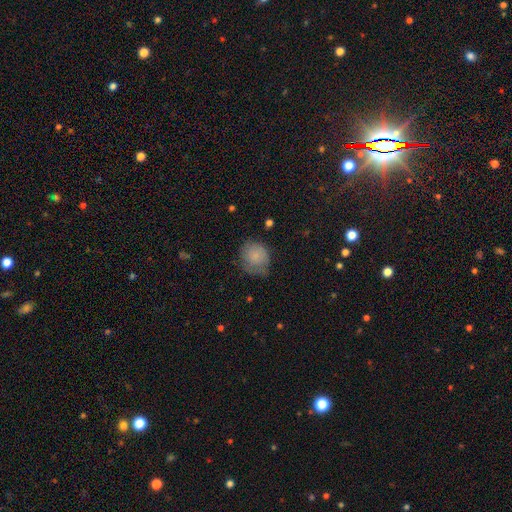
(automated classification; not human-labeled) Smooth or featured?
  - smooth: 78% *
  - featured or disk: 14%
  - star or artifact: 8%
How rounded?
  - round: 72% *
  - in between: 27%
  - cigar-shaped: 1%
Merging?
  - none: 53% *
  - minor disturbance: 34%
  - major disturbance: 12%
  - merger: 2%